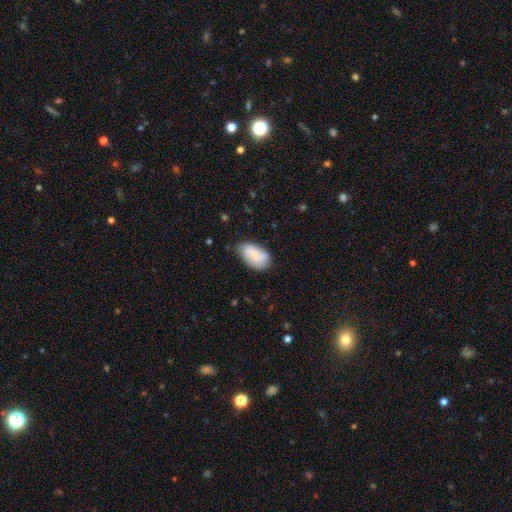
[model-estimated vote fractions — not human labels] smooth 68%, featured or disk 25%, star or artifact 7%. Down the decision tree: how rounded — in between (93%); merging — none (63%).